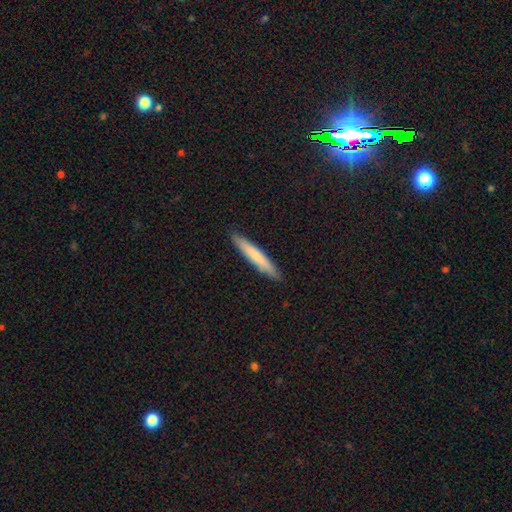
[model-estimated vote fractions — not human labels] Morphology: type=smooth (74%); roundness=cigar-shaped (95%); merging=none (91%).